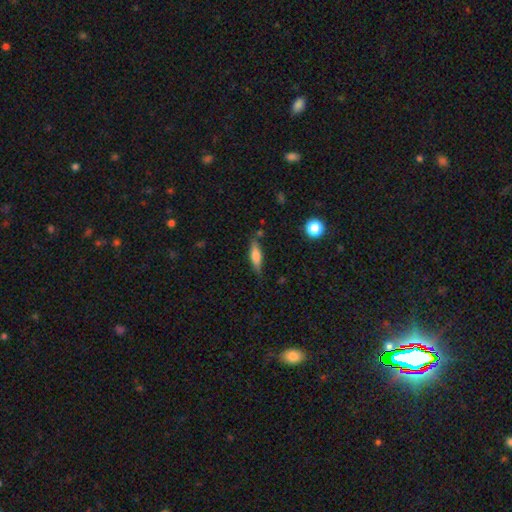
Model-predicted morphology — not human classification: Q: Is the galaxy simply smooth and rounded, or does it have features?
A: smooth — 68%.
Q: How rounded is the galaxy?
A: cigar-shaped — 58%.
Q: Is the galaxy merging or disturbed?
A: none — 74%.